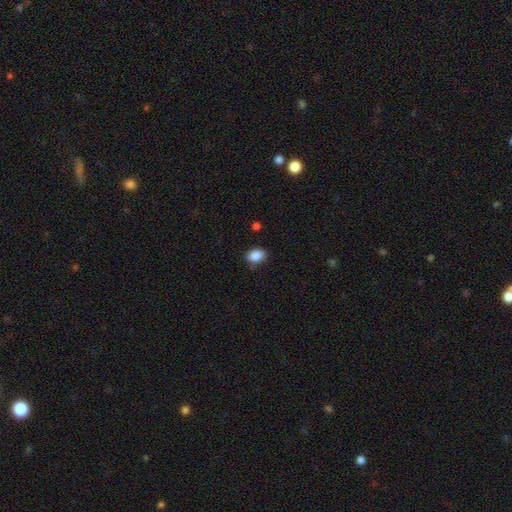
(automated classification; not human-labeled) Q: Smooth or featured?
A: smooth (88%); runner-up: star or artifact (9%)
Q: How rounded?
A: in between (72%); runner-up: round (27%)
Q: Merging?
A: none (82%); runner-up: minor disturbance (12%)